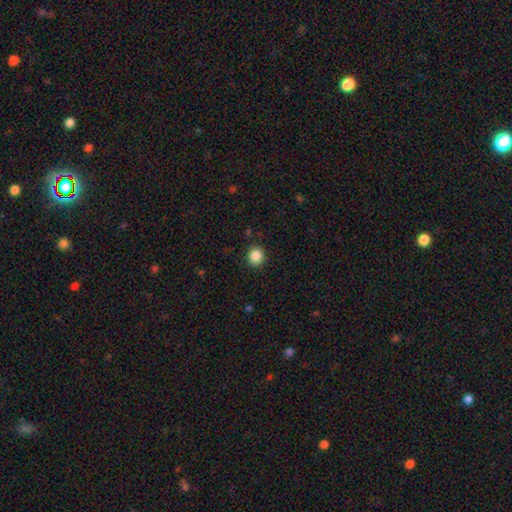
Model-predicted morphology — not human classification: The model was most divided on "how rounded": round: 87%, in between: 13%, cigar-shaped: 1%. More confident: merging — none (90%); smooth or featured — smooth (86%).